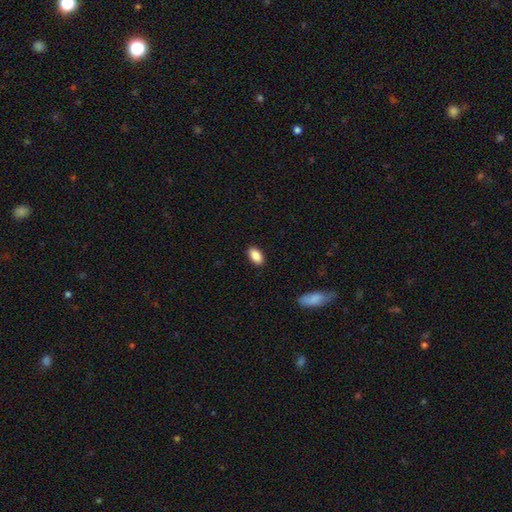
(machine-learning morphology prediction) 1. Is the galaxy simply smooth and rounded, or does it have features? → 89% smooth, 7% star or artifact, 4% featured or disk.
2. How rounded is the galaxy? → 92% in between, 4% round, 3% cigar-shaped.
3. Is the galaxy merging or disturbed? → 88% none, 8% minor disturbance, 2% major disturbance, 1% merger.